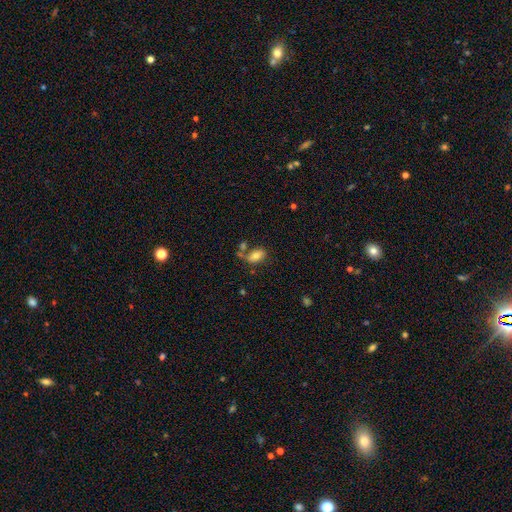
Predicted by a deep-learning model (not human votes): Smooth or featured? Predicted: smooth (p=0.77). How rounded? Predicted: in between (p=0.89). Merging? Predicted: none (p=0.56).